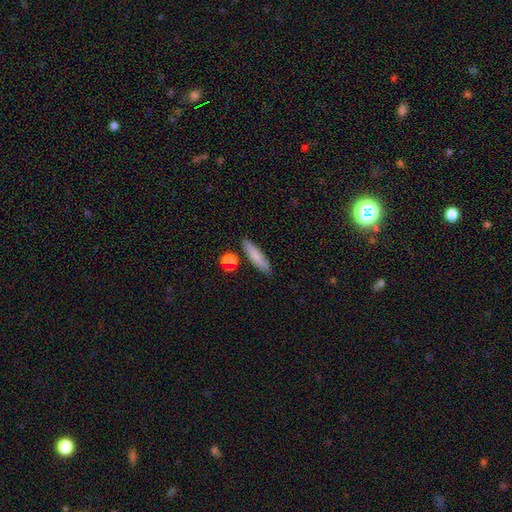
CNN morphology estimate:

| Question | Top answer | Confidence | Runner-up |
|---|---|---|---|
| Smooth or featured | smooth | 80% | featured or disk (13%) |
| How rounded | cigar-shaped | 72% | in between (25%) |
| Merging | none | 83% | minor disturbance (10%) |